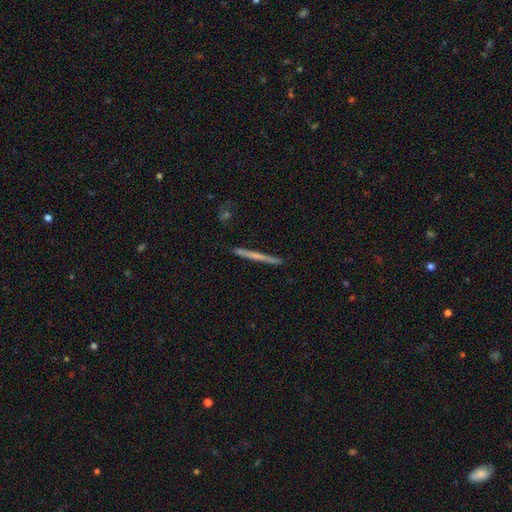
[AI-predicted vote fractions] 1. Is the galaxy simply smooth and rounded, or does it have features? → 54% featured or disk, 40% smooth, 6% star or artifact.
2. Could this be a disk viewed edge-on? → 98% yes, 2% no.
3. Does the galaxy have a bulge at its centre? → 77% none, 17% rounded, 6% boxy.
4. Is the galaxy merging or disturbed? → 90% none, 7% minor disturbance, 1% major disturbance, 1% merger.